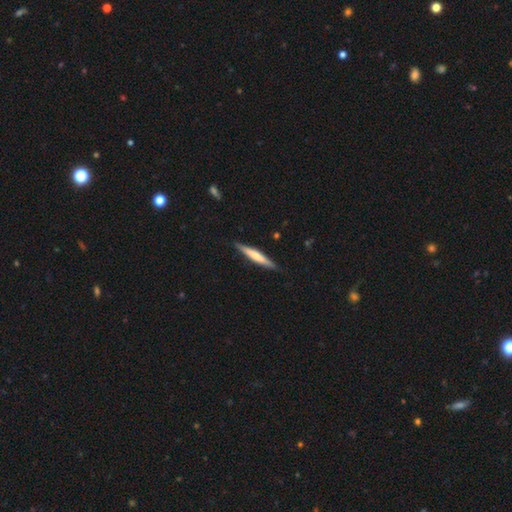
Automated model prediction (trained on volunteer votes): The model was most divided on "smooth or featured": smooth: 53%, featured or disk: 42%, star or artifact: 5%. More confident: how rounded — cigar-shaped (93%); merging — none (89%).